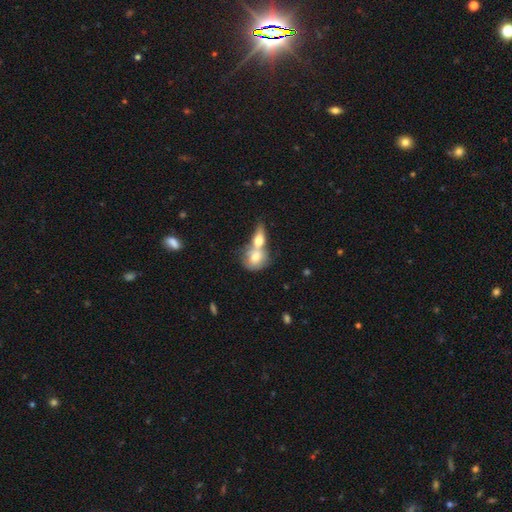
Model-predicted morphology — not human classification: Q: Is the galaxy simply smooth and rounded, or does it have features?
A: smooth — 70%.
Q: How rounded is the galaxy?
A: in between — 50%.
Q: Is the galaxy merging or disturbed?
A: merger — 69%.